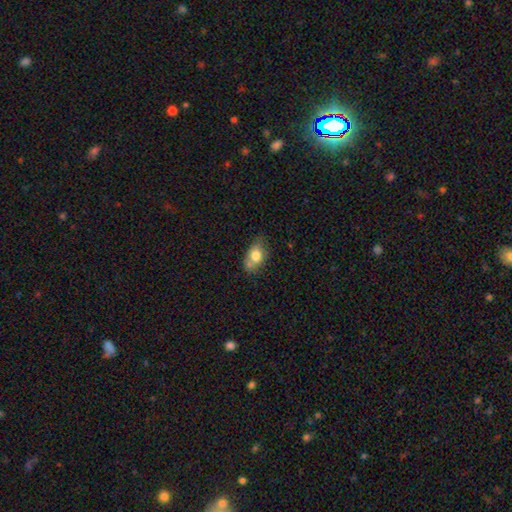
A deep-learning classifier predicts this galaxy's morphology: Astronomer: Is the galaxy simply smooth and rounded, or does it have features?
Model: smooth — 75%.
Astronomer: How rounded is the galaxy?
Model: in between — 80%.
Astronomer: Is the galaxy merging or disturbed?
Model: none — 47% (runner-up: minor disturbance, 28%).